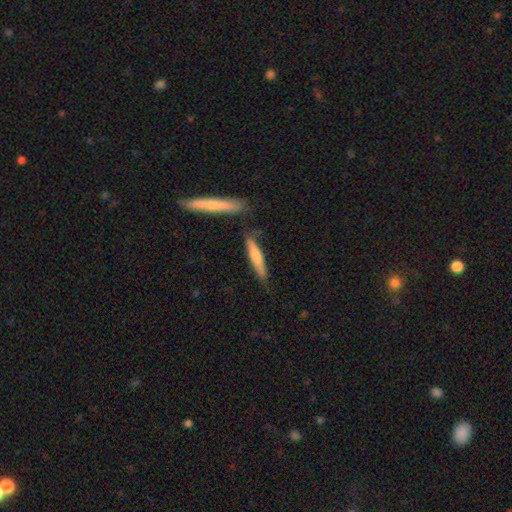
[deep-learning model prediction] smooth-or-featured: smooth: 54% | featured or disk: 40% | star or artifact: 6%
  how-rounded: cigar-shaped: 91% | in between: 8% | round: 2%
  merging: none: 74% | minor disturbance: 14% | merger: 9% | major disturbance: 3%